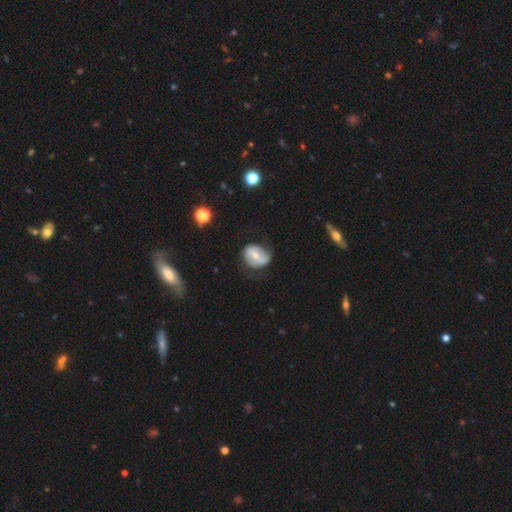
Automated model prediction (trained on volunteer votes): Smooth or featured?
  - featured or disk: 63% *
  - smooth: 30%
  - star or artifact: 7%
Edge-on disk?
  - no: 96% *
  - yes: 4%
Bar?
  - weak: 40% *
  - strong: 36%
  - no: 24%
Spiral arms?
  - yes: 76% *
  - no: 24%
Bulge size?
  - moderate: 51% *
  - small: 44%
  - none: 2%
  - large: 2%
  - dominant: 1%
Merging?
  - none: 58% *
  - minor disturbance: 28%
  - major disturbance: 12%
  - merger: 2%